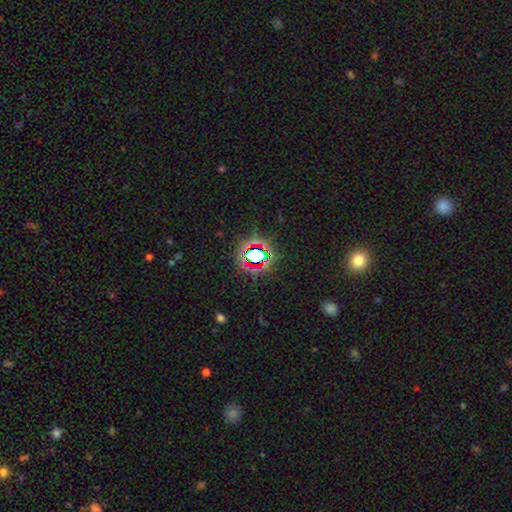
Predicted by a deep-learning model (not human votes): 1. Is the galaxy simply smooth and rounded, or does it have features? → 71% star or artifact, 18% smooth, 10% featured or disk.